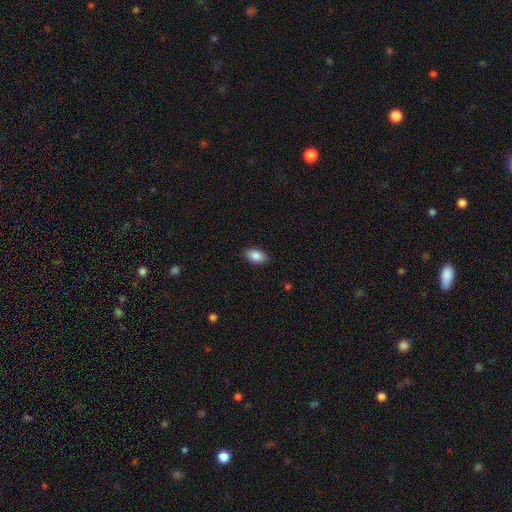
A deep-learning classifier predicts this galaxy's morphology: Smooth or featured? Predicted: smooth (p=0.86). How rounded? Predicted: in between (p=0.91). Merging? Predicted: none (p=0.87).